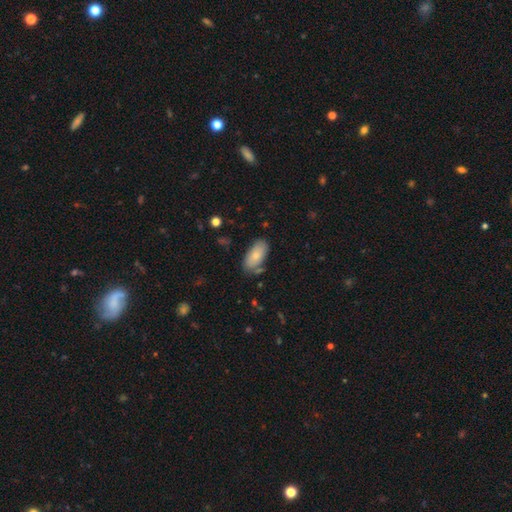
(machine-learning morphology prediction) This is likely a smooth galaxy (78%). How rounded: clearly in between (93%). Merging: likely none (74%).